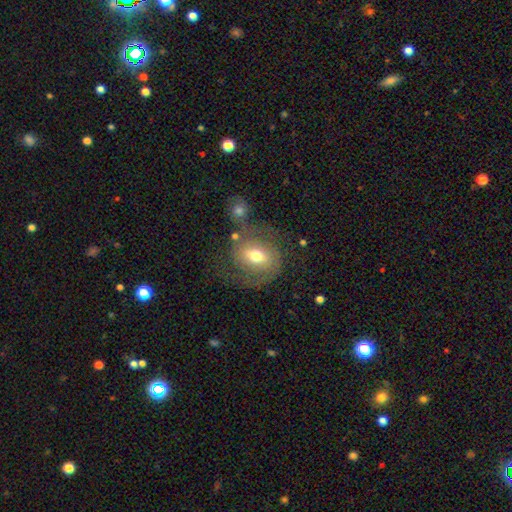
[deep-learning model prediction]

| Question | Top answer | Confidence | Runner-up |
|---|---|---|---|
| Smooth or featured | featured or disk | 59% | smooth (32%) |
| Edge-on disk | no | 96% | yes (4%) |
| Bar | weak | 45% | no (34%) |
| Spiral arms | yes | 79% | no (21%) |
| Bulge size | moderate | 72% | small (16%) |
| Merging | none | 51% | major disturbance (17%) |